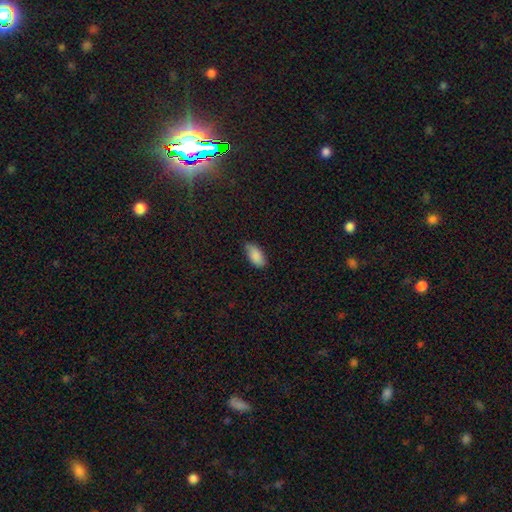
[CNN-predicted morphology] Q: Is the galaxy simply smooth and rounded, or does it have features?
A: smooth — 87%.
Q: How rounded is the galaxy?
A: in between — 92%.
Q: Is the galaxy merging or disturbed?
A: none — 73%.